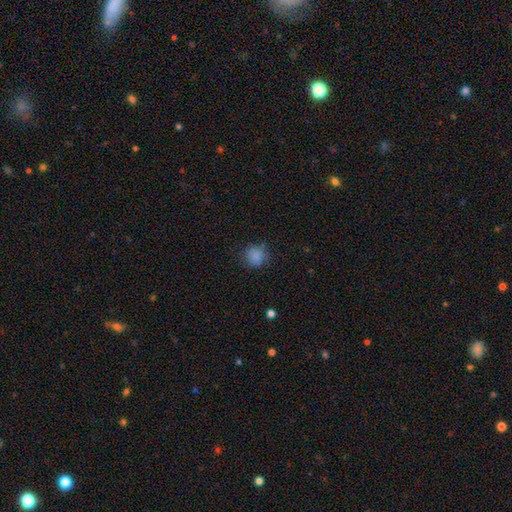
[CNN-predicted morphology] Smooth or featured: smooth — 84% (star or artifact — 11%)
How rounded: round — 84% (in between — 15%)
Merging: none — 76% (minor disturbance — 17%)